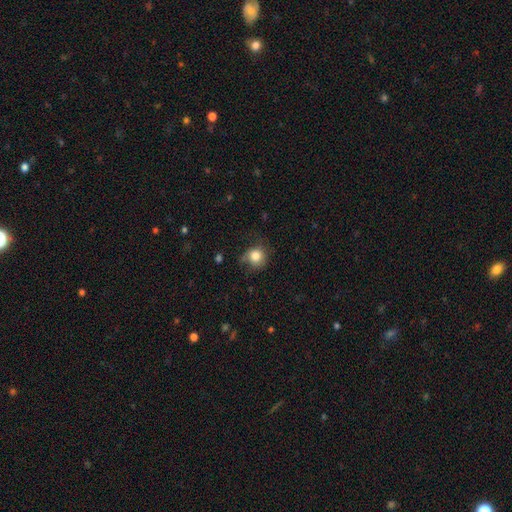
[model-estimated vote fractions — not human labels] Overall: smooth (81%). How rounded: round (84%). Merging: none (58%; minor disturbance 28%).